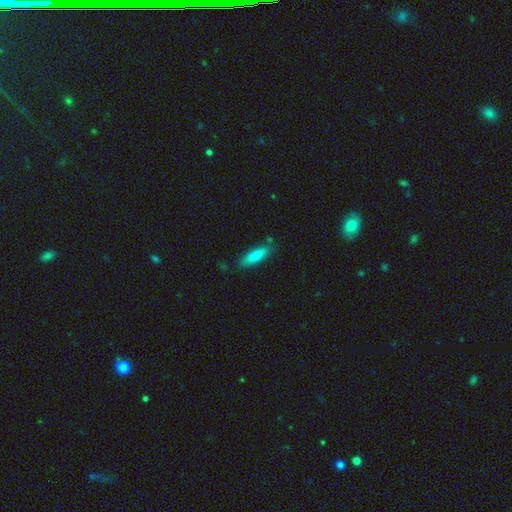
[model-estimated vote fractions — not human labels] Morphology: type=smooth (81%); roundness=cigar-shaped (58%); merging=none (80%).